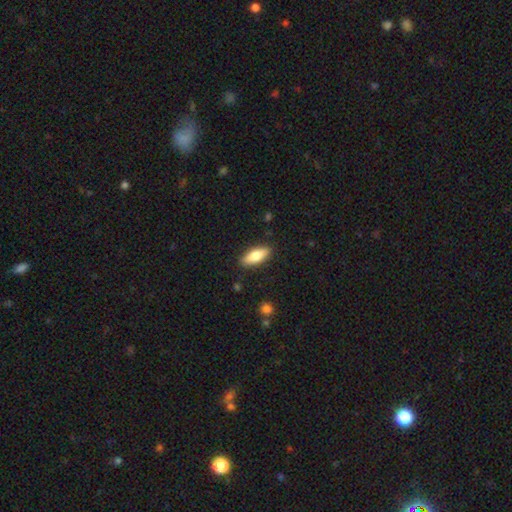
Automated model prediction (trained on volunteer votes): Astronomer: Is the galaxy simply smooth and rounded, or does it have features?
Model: smooth — 75%.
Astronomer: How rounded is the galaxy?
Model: in between — 74%.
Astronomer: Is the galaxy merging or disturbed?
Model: none — 87%.